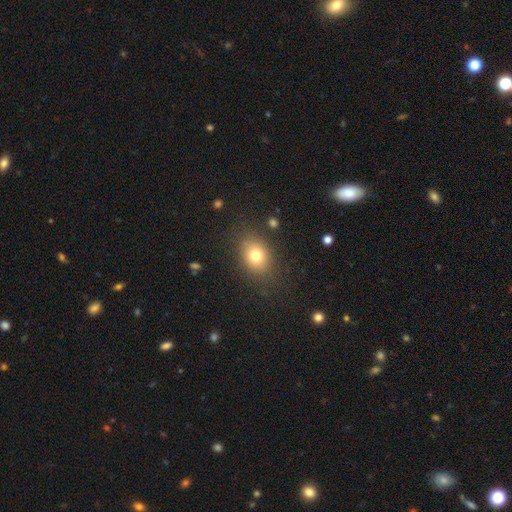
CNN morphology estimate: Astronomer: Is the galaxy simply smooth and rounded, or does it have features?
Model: smooth — 77%.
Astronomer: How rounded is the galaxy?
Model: in between — 59% (runner-up: round, 39%).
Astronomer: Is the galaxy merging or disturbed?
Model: none — 82%.